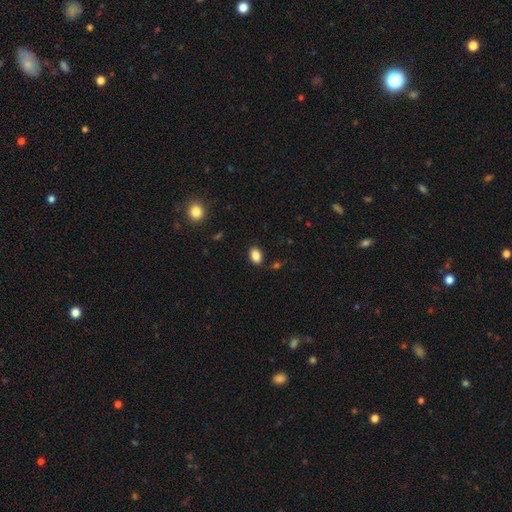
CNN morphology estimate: Smooth or featured? smooth (86%)
How rounded? in between (86%)
Merging? none (86%)